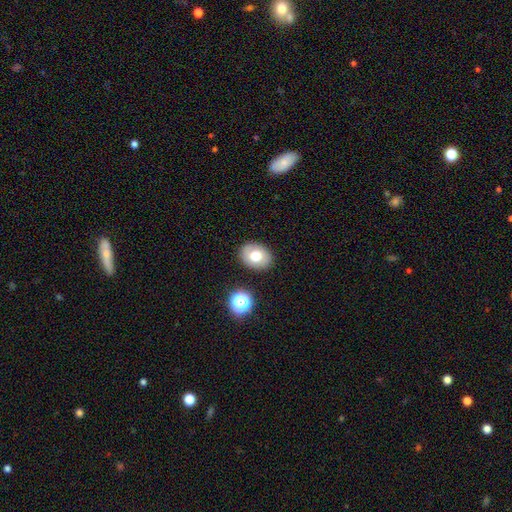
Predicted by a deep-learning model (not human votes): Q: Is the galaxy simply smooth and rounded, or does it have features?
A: smooth — 72%.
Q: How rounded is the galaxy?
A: in between — 60%.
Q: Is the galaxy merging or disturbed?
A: none — 87%.